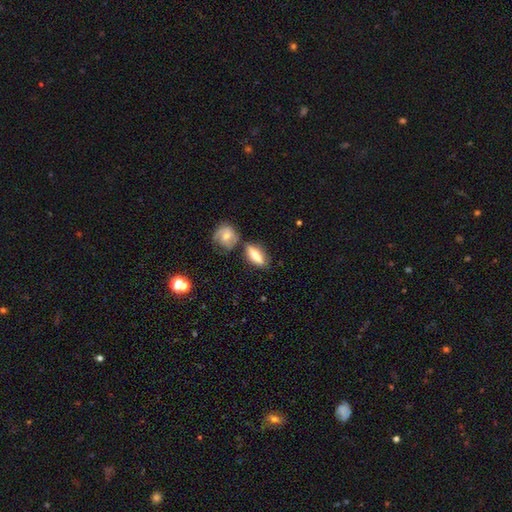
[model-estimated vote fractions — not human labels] smooth 74%, featured or disk 20%, star or artifact 6%. Down the decision tree: how rounded — in between (55%); merging — none (67%).